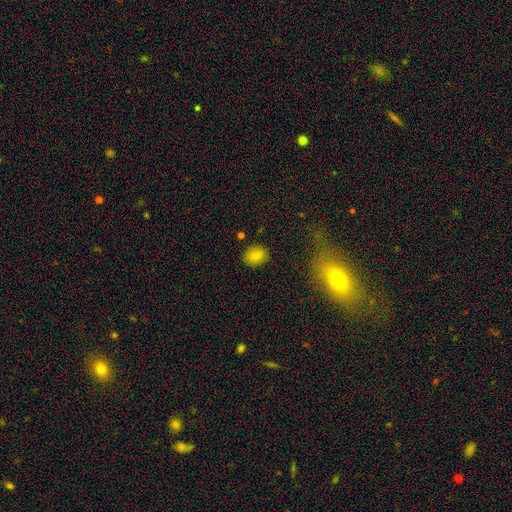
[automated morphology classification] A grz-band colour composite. It shows a smooth galaxy with no disk features (81%) that is round (60%). Merging: none (86%).